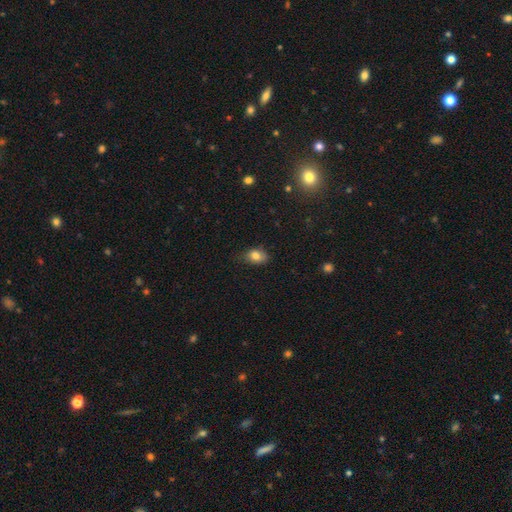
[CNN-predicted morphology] type=smooth (81%); roundness=in between (76%); merging=none (69%).